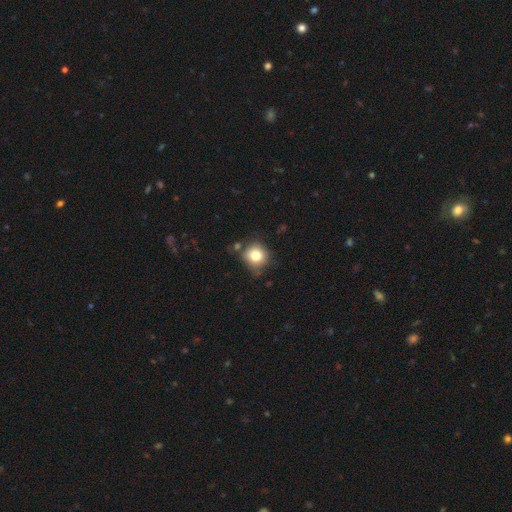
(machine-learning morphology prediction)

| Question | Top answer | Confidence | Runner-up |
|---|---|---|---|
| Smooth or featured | smooth | 79% | star or artifact (12%) |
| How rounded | round | 86% | in between (13%) |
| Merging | none | 73% | minor disturbance (17%) |